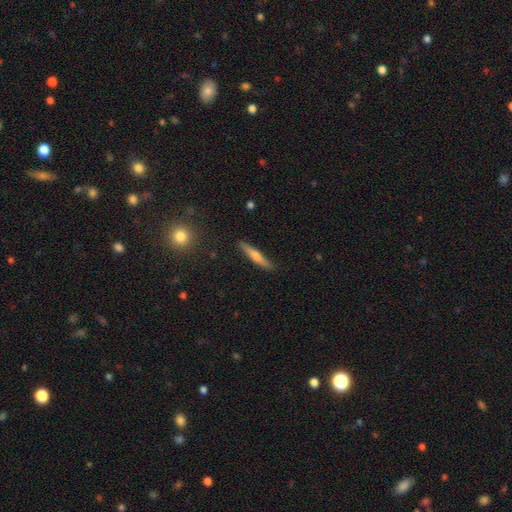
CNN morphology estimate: featured or disk 48%, smooth 46%, star or artifact 6%. Down the decision tree: merging — none (90%).